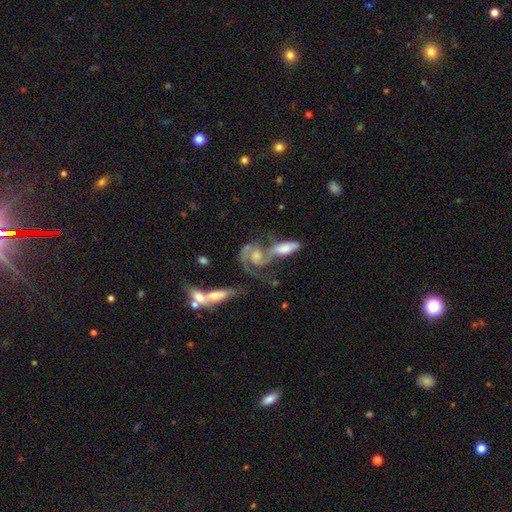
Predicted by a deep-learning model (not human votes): A featured or disk galaxy (80%) with no bar (63%), 2 (73%) medium (45%) spiral arms (93%) and a moderate central bulge (36%). Merging: merger (50%).